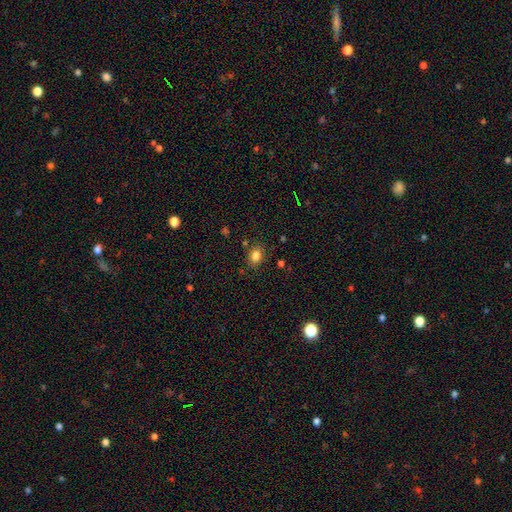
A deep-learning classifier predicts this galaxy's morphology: Smooth or featured? Predicted: smooth (p=0.82). How rounded? Predicted: in between (p=0.63). Merging? Predicted: none (p=0.82).